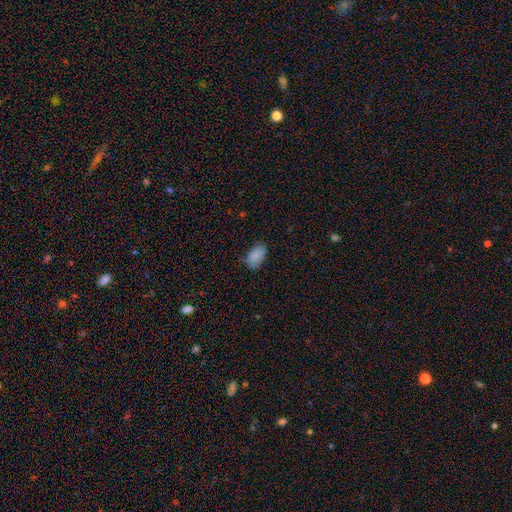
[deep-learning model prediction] This appears to be a smooth galaxy with no disk features (86%) that is in between round and cigar-shaped (92%). Merging: none (73%).